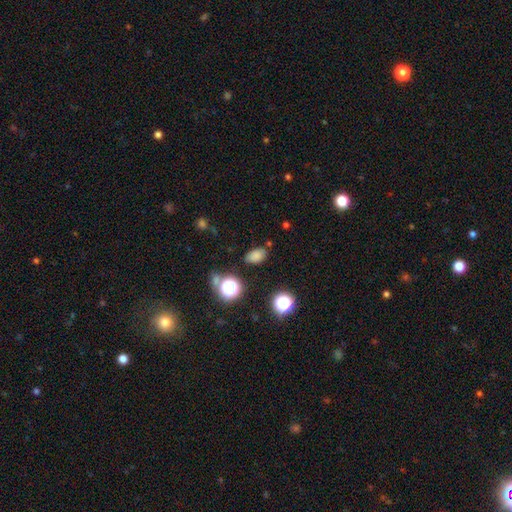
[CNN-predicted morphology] This appears to be a smooth galaxy with no disk features (76%) that is in between round and cigar-shaped (83%). Merging: none (78%).